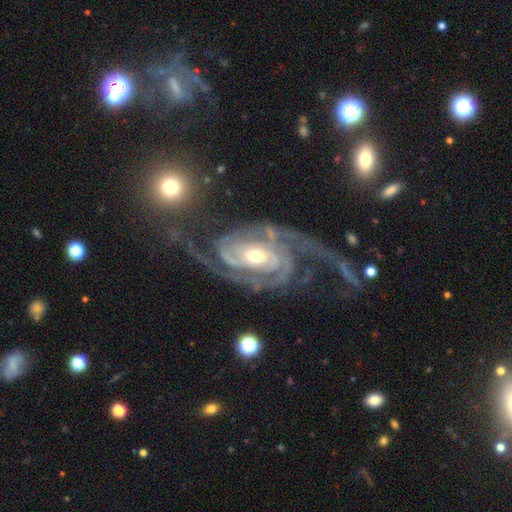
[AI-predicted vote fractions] Morphology: type=featured or disk (92%); edge-on=no (97%); bar=no (51%); spiral arms=yes (98%); winding=tight (54%); arm count=2 (55%); bulge=moderate (52%); merging=none (49%).